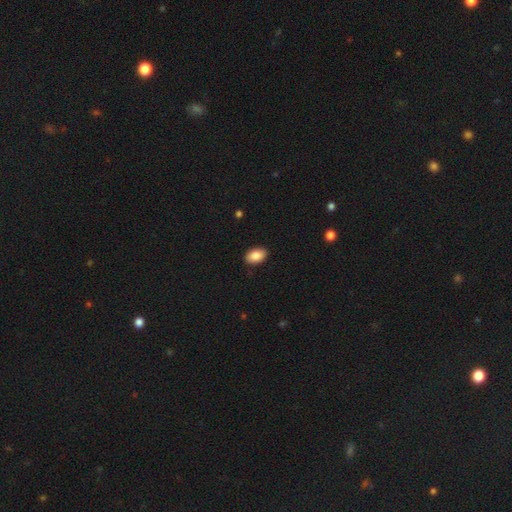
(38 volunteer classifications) A smooth galaxy with no disk features (87%) that is in between round and cigar-shaped (97%).

Vote fractions:
- Smooth or featured? smooth: 87% / star or artifact: 8% / featured or disk: 5%
- How rounded? in between: 97% / round: 3% / cigar-shaped: 0%
- Merging? none: 91% / major disturbance: 6% / merger: 3% / minor disturbance: 0%